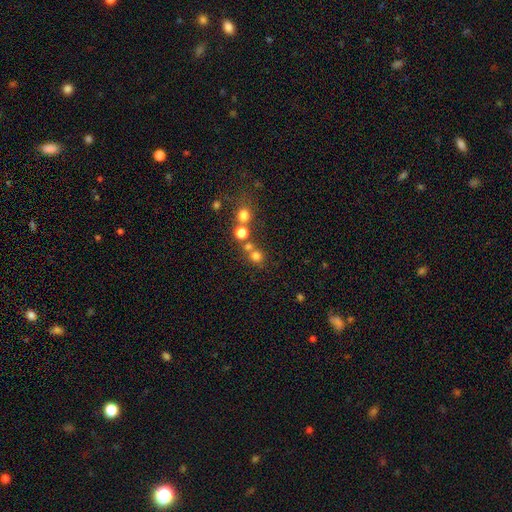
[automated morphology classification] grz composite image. It shows a smooth galaxy with no disk features (72%) that is round (89%). Merging: none (59%).